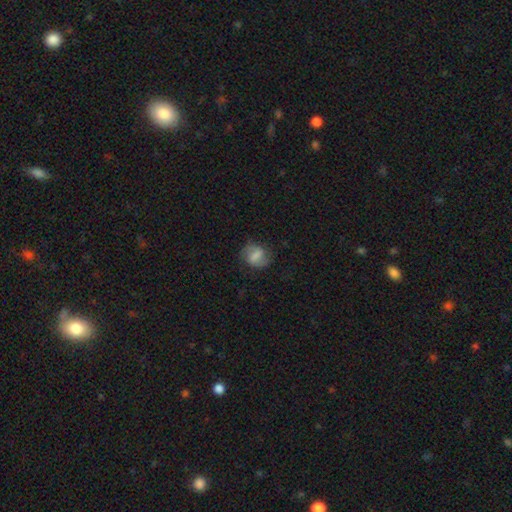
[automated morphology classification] Smooth or featured? smooth (49%)
Merging? none (71%)